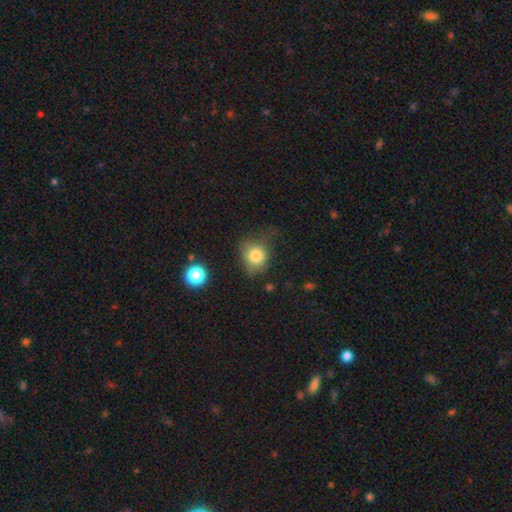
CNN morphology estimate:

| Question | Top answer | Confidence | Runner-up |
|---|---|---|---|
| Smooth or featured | smooth | 80% | star or artifact (11%) |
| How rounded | round | 69% | in between (30%) |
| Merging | none | 50% | minor disturbance (31%) |